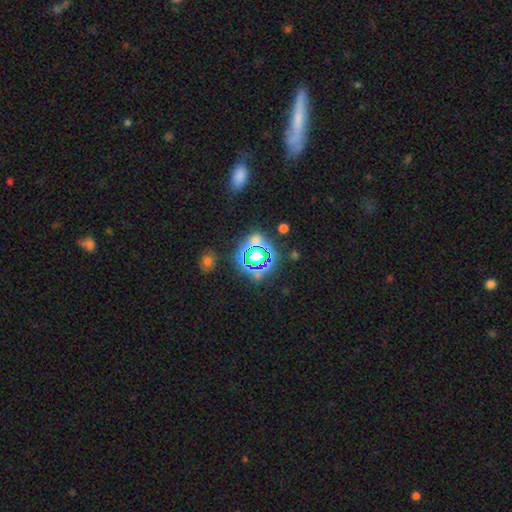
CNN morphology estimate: type=star or artifact (60%).